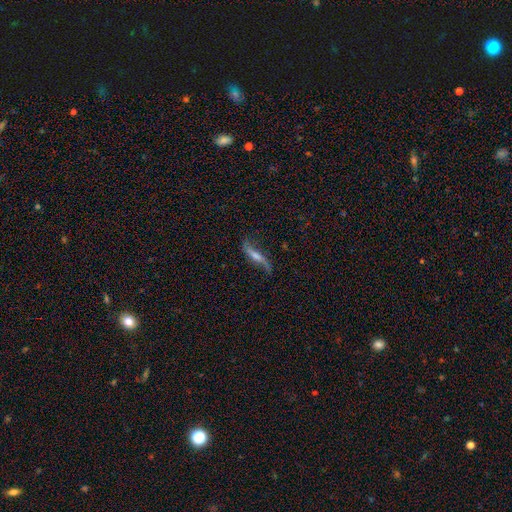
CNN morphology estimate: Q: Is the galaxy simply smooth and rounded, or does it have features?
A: featured or disk — 75%.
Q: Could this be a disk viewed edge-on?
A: no — 61%.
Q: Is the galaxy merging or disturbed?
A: none — 68%.